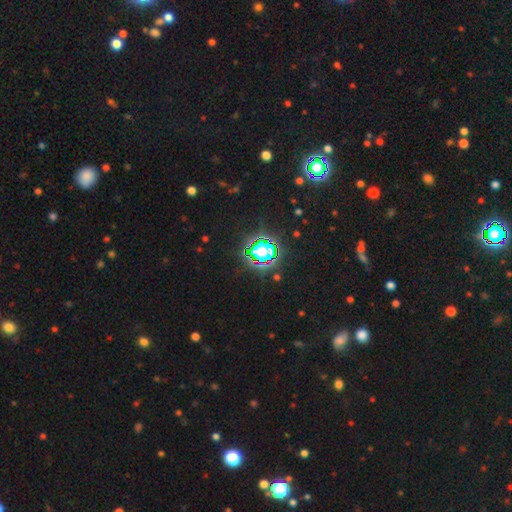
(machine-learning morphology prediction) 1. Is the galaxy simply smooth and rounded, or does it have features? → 76% star or artifact, 16% smooth, 9% featured or disk.